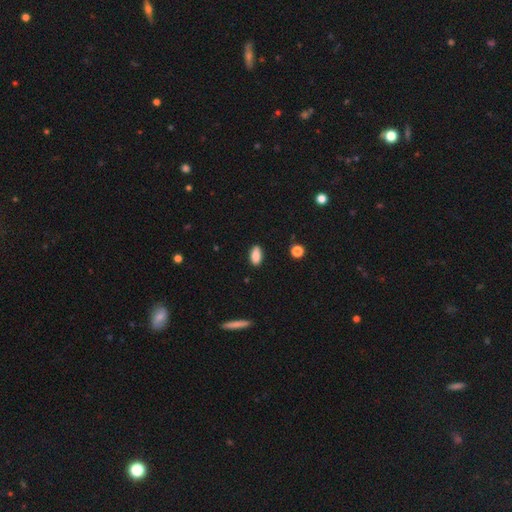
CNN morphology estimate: A smooth galaxy with no disk features (87%) that is in between round and cigar-shaped (90%). Merging: none (83%).